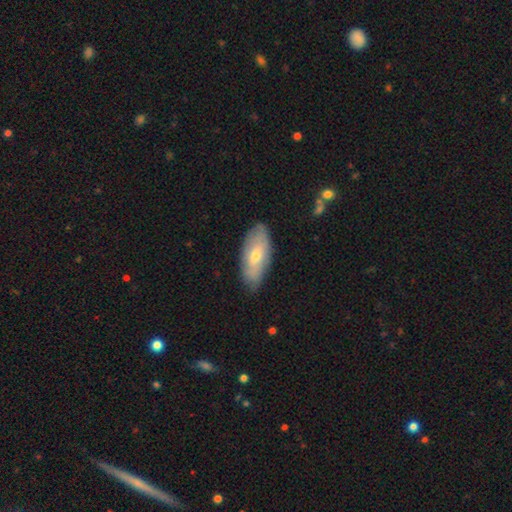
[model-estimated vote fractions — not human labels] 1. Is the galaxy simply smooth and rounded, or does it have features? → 55% smooth, 39% featured or disk, 6% star or artifact.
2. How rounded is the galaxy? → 85% in between, 12% cigar-shaped, 3% round.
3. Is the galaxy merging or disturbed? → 79% none, 17% minor disturbance, 3% major disturbance, 1% merger.